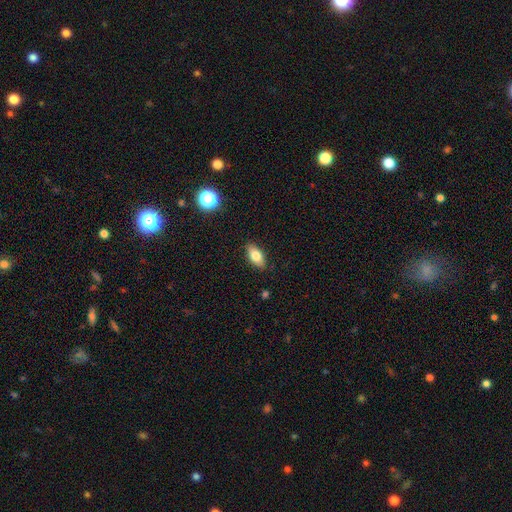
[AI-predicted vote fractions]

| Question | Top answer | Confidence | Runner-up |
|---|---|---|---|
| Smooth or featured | smooth | 77% | featured or disk (15%) |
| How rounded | in between | 87% | cigar-shaped (8%) |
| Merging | none | 87% | minor disturbance (9%) |